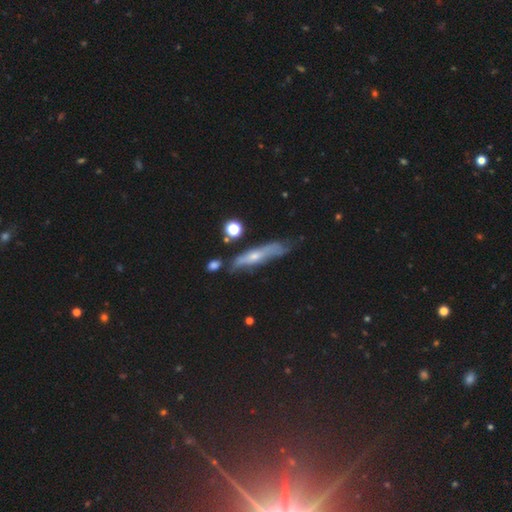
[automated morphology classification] smooth_or_featured: featured or disk (p=0.53) [alt: smooth p=0.31]
disk_edge_on: yes (p=0.70) [alt: no p=0.30]
merging: none (p=0.65) [alt: minor disturbance p=0.24]